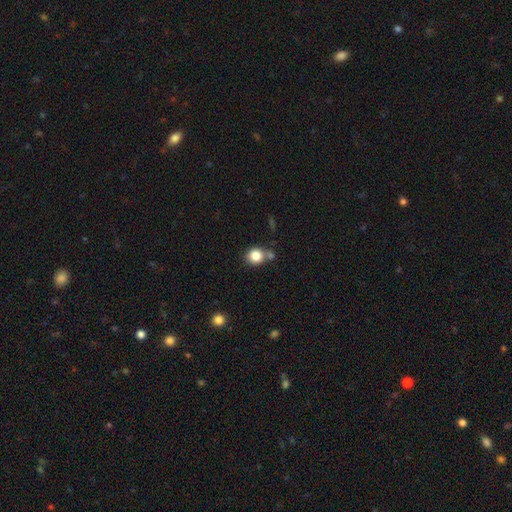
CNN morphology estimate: The model was most divided on "merging": none: 62%, merger: 19%, minor disturbance: 14%, major disturbance: 5%. More confident: smooth or featured — smooth (83%); how rounded — round (83%).